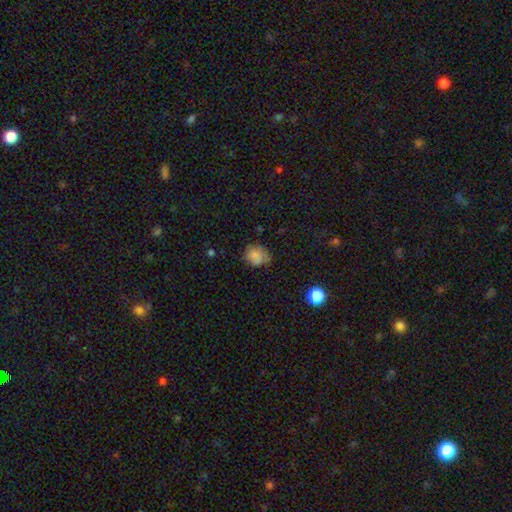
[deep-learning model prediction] This is likely a smooth galaxy (74%). How rounded: likely round (60%). Merging: possibly none (57%).